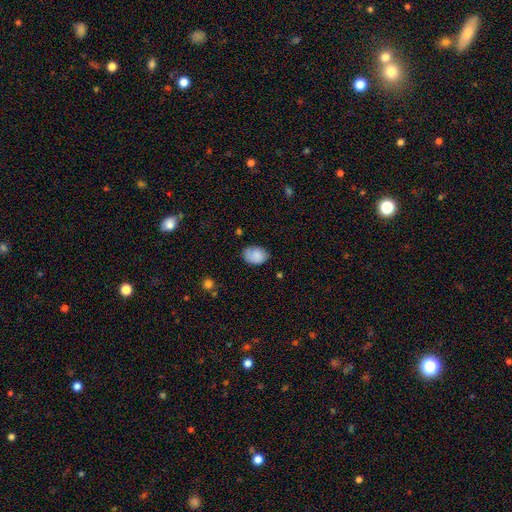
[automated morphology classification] This appears to be a smooth galaxy with no disk features (81%) that is in between round and cigar-shaped (76%). Merging: none (67%).